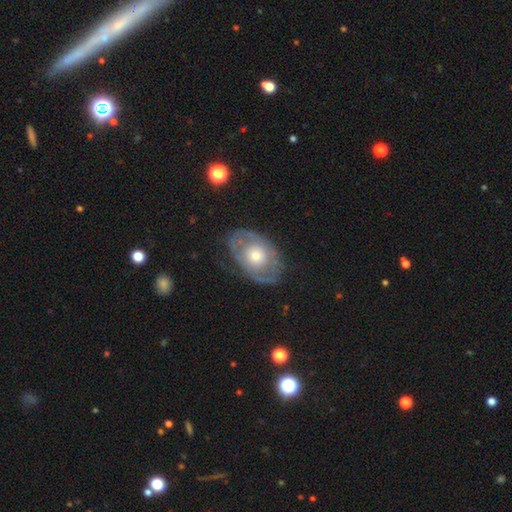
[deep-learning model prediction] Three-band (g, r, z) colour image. It shows a featured or disk galaxy (65%) with no bar (85%), no spiral arms (52%) and a moderate central bulge (54%). Merging: none (73%).